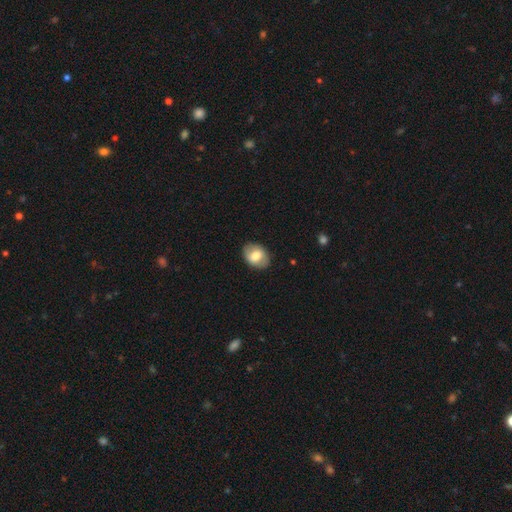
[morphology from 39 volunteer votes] smooth 77%, featured or disk 18%, star or artifact 5%. Down the decision tree: how rounded — in between (87%); merging — none (81%).